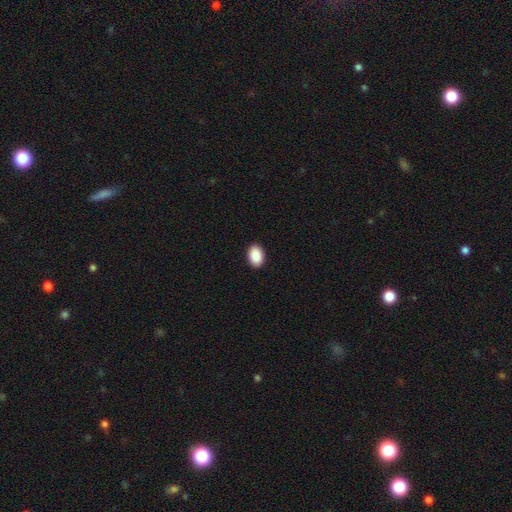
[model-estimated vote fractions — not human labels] Smooth or featured?
  - smooth: 91% *
  - star or artifact: 7%
  - featured or disk: 2%
How rounded?
  - in between: 87% *
  - round: 12%
  - cigar-shaped: 1%
Merging?
  - none: 91% *
  - minor disturbance: 7%
  - major disturbance: 2%
  - merger: 1%